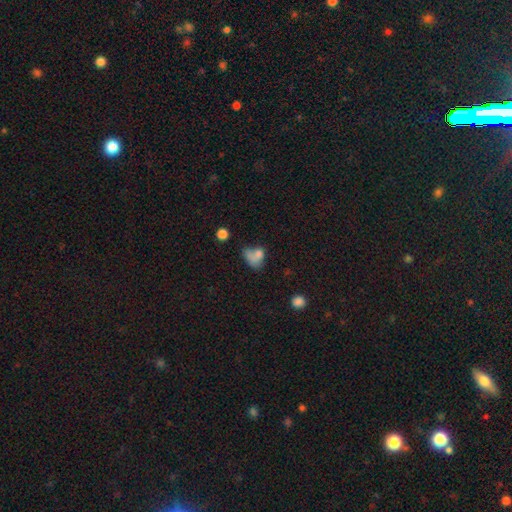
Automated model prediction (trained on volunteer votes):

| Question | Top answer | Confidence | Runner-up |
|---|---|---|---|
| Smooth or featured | smooth | 71% | featured or disk (15%) |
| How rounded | in between | 70% | round (27%) |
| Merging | merger | 32% | none (27%) |